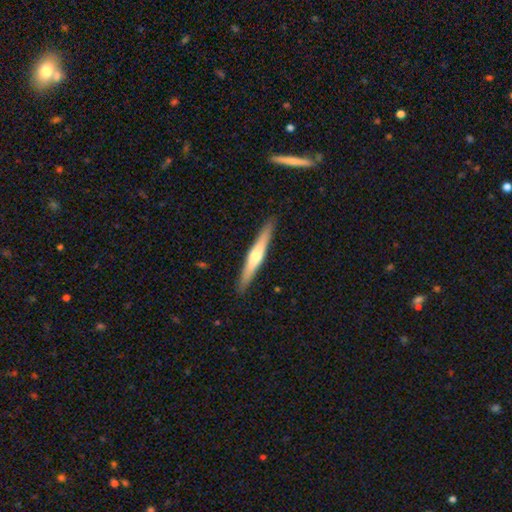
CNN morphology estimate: Smooth or featured? Predicted: featured or disk (p=0.59). Edge-on disk? Predicted: yes (p=0.96). Edge-on bulge? Predicted: rounded (p=0.85). Merging? Predicted: none (p=0.91).